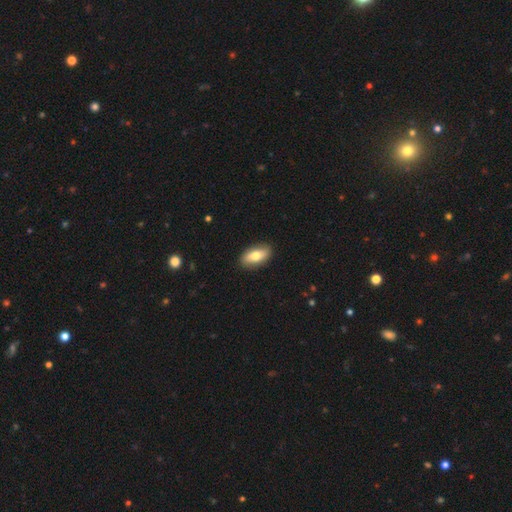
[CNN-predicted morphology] smooth-or-featured: smooth: 71% | featured or disk: 23% | star or artifact: 6%
  how-rounded: in between: 90% | cigar-shaped: 6% | round: 4%
  merging: none: 89% | minor disturbance: 9% | major disturbance: 2% | merger: 1%